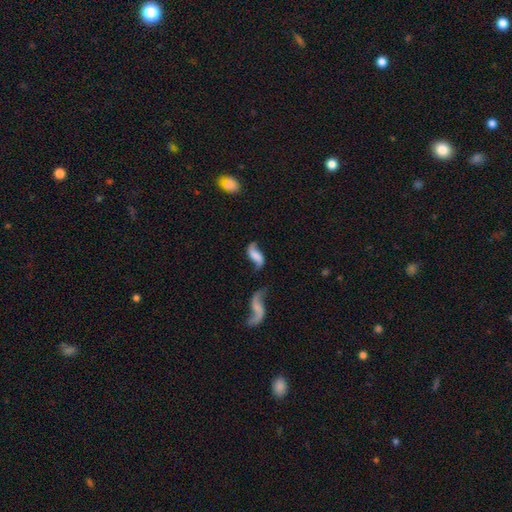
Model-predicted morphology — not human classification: Smooth or featured? Predicted: featured or disk (p=0.58). Edge-on disk? Predicted: no (p=0.93). Bar? Predicted: no (p=0.48). Spiral arms? Predicted: yes (p=0.86). Bulge size? Predicted: none (p=0.53). Merging? Predicted: none (p=0.46).